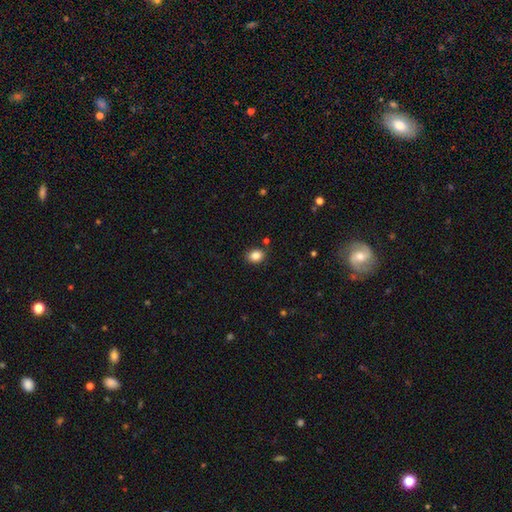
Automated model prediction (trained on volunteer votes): smooth_or_featured: smooth (p=0.85) [alt: star or artifact p=0.10]
how_rounded: in between (p=0.54) [alt: round p=0.45]
merging: none (p=0.85) [alt: minor disturbance p=0.10]